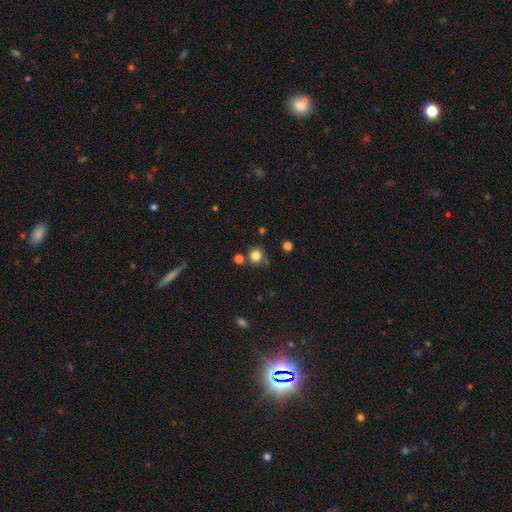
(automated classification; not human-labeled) Smooth or featured?
  - smooth: 82% *
  - star or artifact: 13%
  - featured or disk: 5%
How rounded?
  - round: 92% *
  - in between: 7%
  - cigar-shaped: 1%
Merging?
  - none: 77% *
  - minor disturbance: 12%
  - merger: 8%
  - major disturbance: 4%